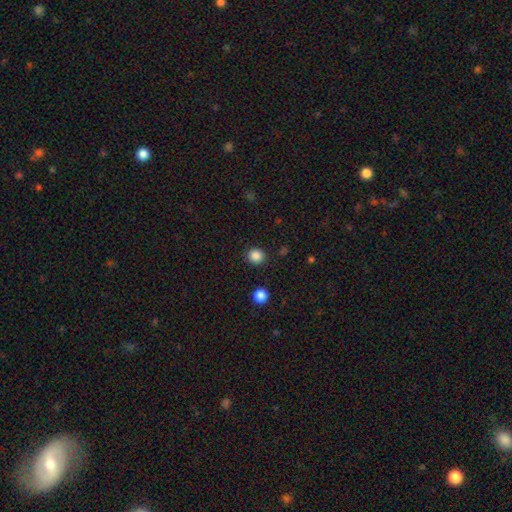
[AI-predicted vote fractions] Smooth or featured?
  - smooth: 85% *
  - star or artifact: 12%
  - featured or disk: 3%
How rounded?
  - round: 89% *
  - in between: 10%
  - cigar-shaped: 1%
Merging?
  - none: 90% *
  - minor disturbance: 6%
  - major disturbance: 2%
  - merger: 2%